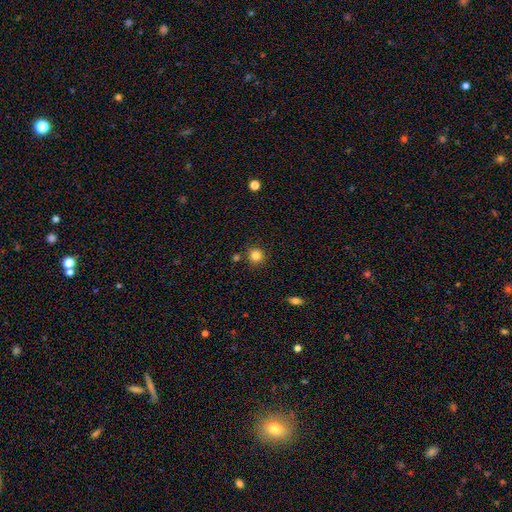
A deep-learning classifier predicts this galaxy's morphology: The model was most divided on "smooth or featured": smooth: 84%, star or artifact: 11%, featured or disk: 5%. More confident: how rounded — round (93%); merging — none (85%).